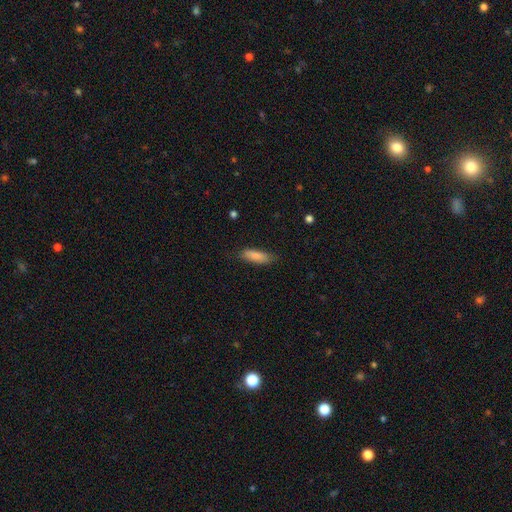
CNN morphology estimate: Smooth or featured: smooth — 86% (featured or disk — 8%)
How rounded: in between — 51% (cigar-shaped — 47%)
Merging: none — 78% (minor disturbance — 17%)